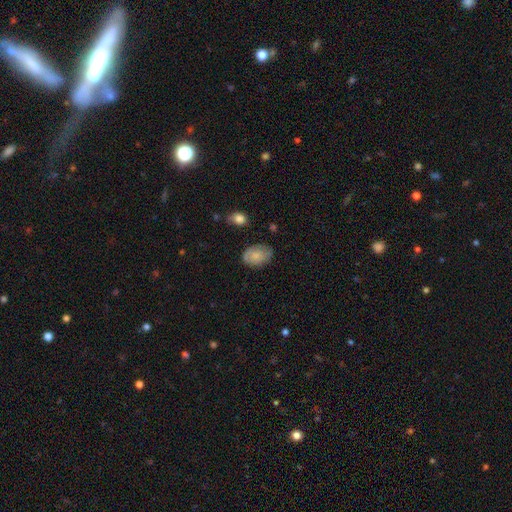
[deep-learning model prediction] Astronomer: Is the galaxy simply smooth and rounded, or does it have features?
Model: smooth — 73%.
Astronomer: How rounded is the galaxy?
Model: in between — 85%.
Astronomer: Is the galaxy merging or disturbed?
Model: none — 68%.